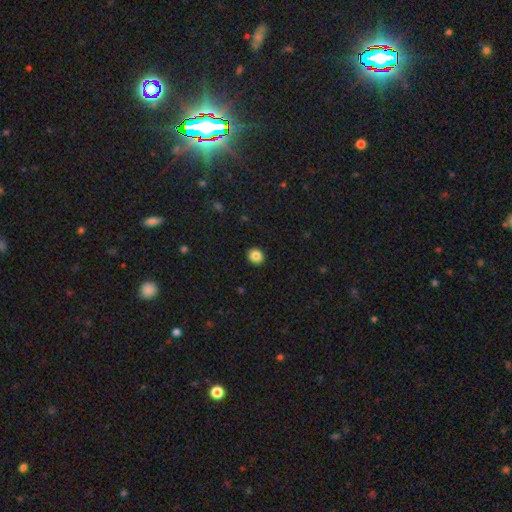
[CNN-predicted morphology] Q: Smooth or featured?
A: smooth (86%); runner-up: star or artifact (10%)
Q: How rounded?
A: round (77%); runner-up: in between (22%)
Q: Merging?
A: none (91%); runner-up: minor disturbance (6%)